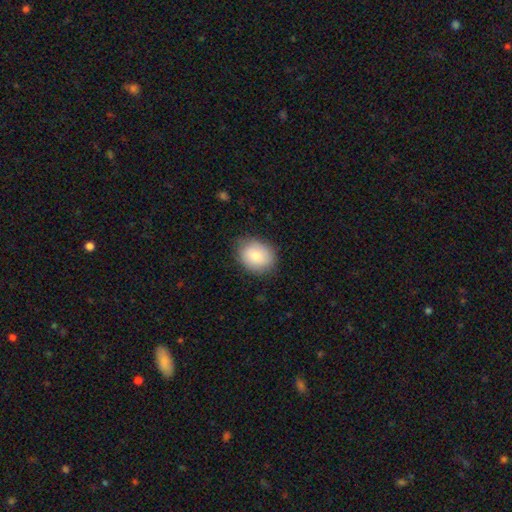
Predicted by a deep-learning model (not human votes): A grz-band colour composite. It shows a smooth galaxy with no disk features (81%) that is round (52%). Merging: none (81%).